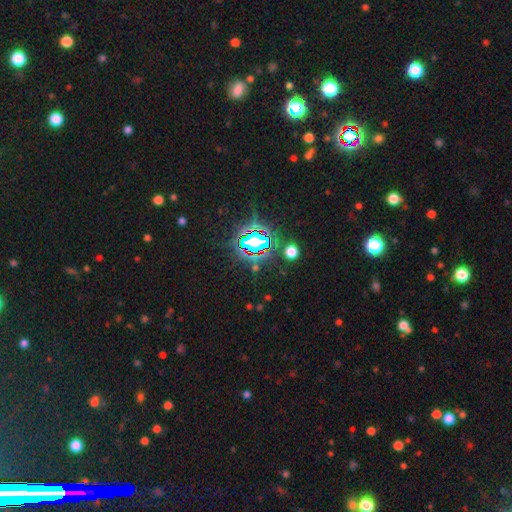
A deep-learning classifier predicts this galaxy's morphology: smooth_or_featured: star or artifact (p=0.76) [alt: smooth p=0.15]